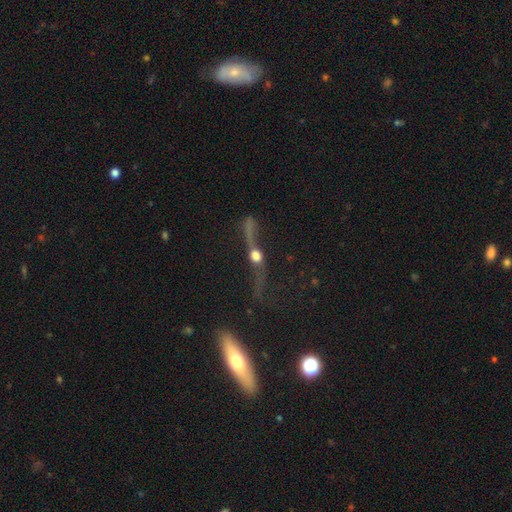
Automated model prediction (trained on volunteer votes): This appears to be a featured or disk galaxy (56%) viewed edge-on (51%). Merging: none (38%).